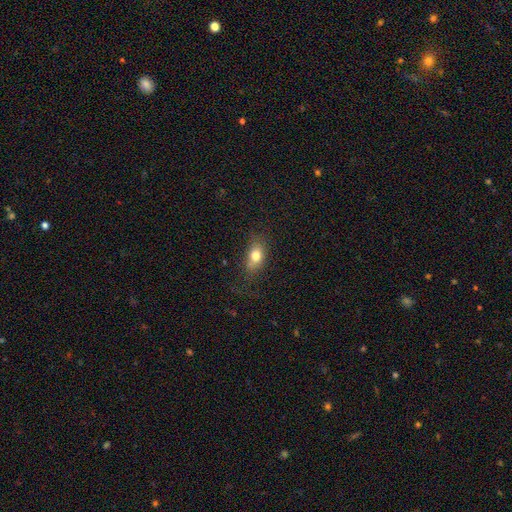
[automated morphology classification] type=smooth (76%); roundness=in between (79%); merging=none (64%).